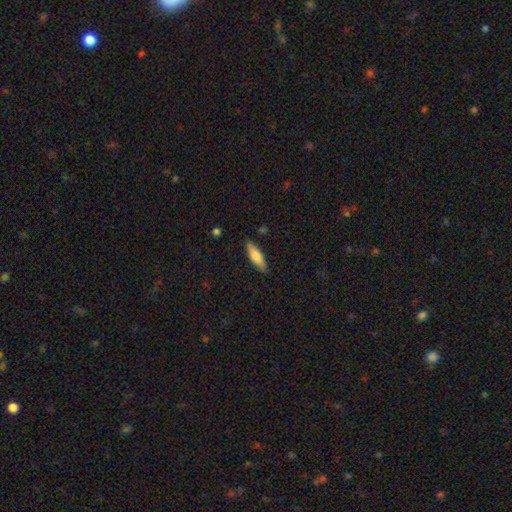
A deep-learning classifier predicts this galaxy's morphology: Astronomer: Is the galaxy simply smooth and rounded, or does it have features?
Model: smooth — 72%.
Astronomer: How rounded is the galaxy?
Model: cigar-shaped — 58% (runner-up: in between, 40%).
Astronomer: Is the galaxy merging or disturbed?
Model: none — 86%.